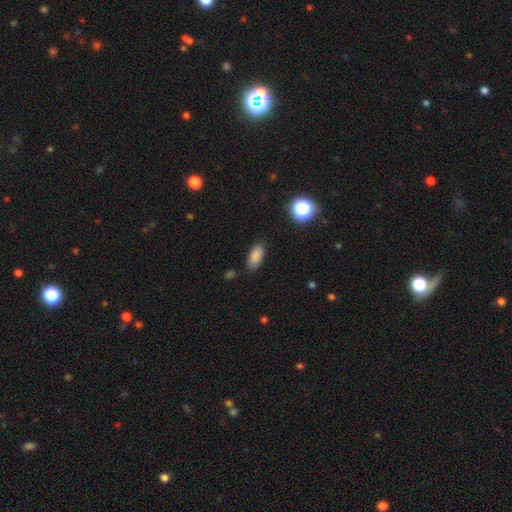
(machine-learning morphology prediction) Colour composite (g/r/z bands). It shows a smooth galaxy with no disk features (86%) that is in between round and cigar-shaped (85%). Merging: none (83%).